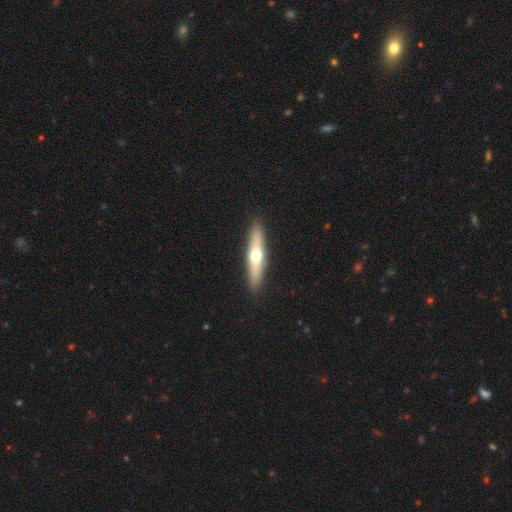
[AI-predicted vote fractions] Morphology: type=featured or disk (47%, tied with smooth); merging=none (90%).